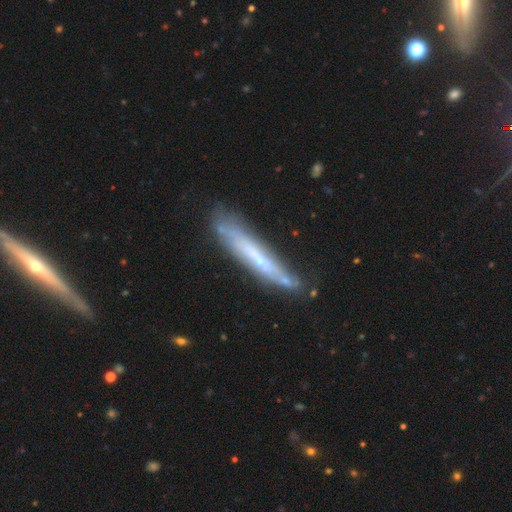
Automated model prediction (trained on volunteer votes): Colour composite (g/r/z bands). It shows a featured or disk galaxy (57%) viewed edge-on (78%). Merging: none (69%).